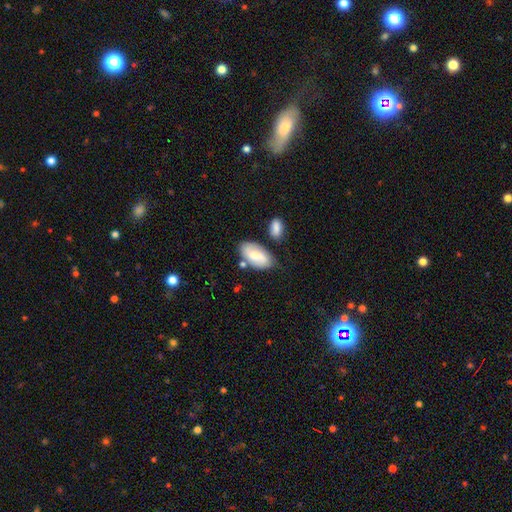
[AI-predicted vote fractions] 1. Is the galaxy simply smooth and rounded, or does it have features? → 62% smooth, 32% featured or disk, 7% star or artifact.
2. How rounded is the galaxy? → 94% in between, 3% round, 3% cigar-shaped.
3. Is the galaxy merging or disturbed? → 63% none, 21% minor disturbance, 11% merger, 5% major disturbance.